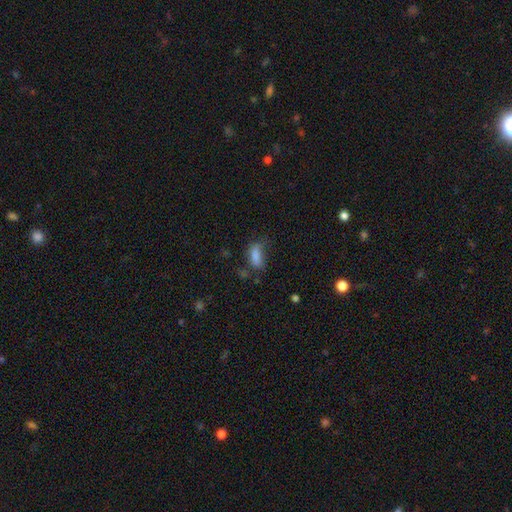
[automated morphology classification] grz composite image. It shows a smooth galaxy with no disk features (77%) that is in between round and cigar-shaped (82%). Merging: none (39%).